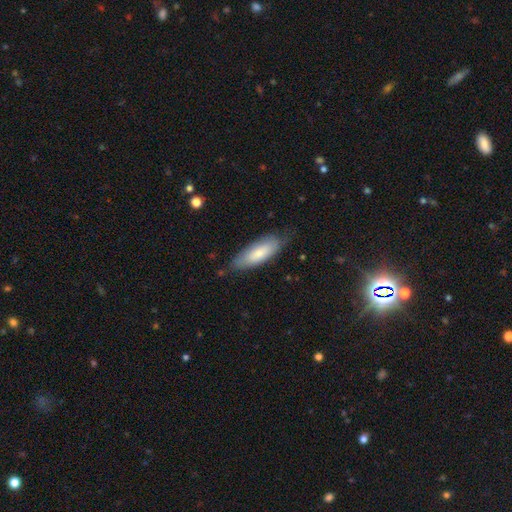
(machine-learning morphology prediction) Overall: smooth (62%; featured or disk 25%). How rounded: in between (58%; cigar-shaped 39%). Merging: none (78%).